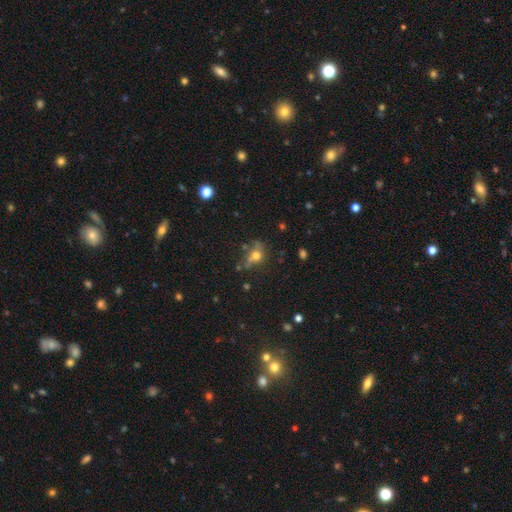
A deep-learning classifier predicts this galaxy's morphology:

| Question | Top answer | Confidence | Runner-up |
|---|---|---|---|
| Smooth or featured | smooth | 56% | featured or disk (24%) |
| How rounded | in between | 48% | round (45%) |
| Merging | none | 47% | minor disturbance (24%) |